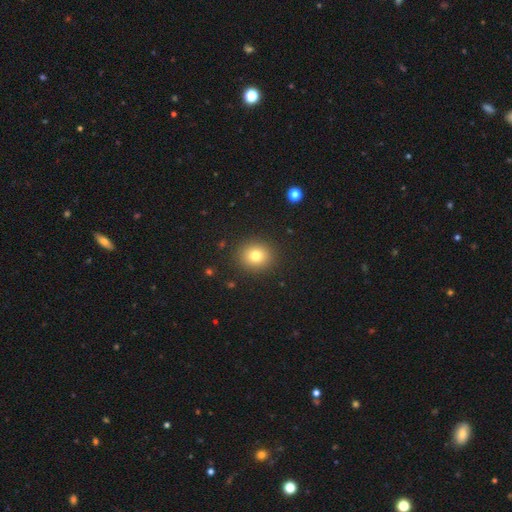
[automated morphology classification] This appears to be a smooth galaxy with no disk features (78%) that is round (83%). Merging: none (90%).